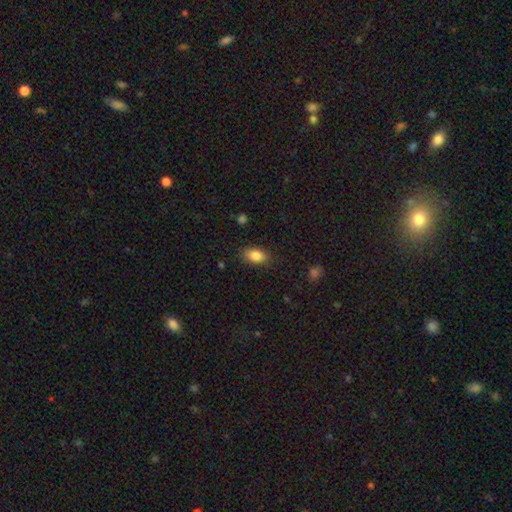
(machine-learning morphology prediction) Smooth or featured? Predicted: smooth (p=0.86). How rounded? Predicted: in between (p=0.89). Merging? Predicted: none (p=0.84).